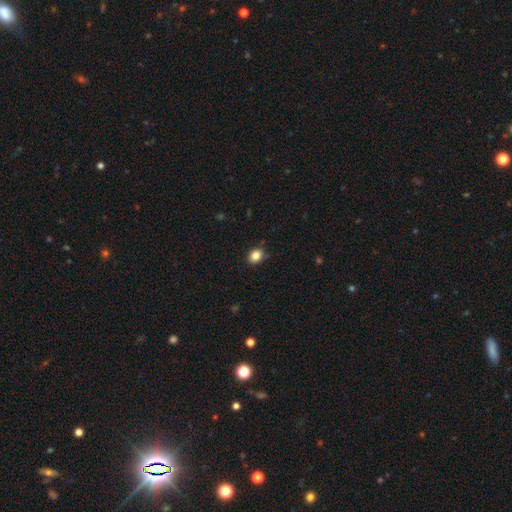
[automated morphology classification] Overall: smooth (85%). How rounded: in between (51%; round 48%). Merging: none (84%).